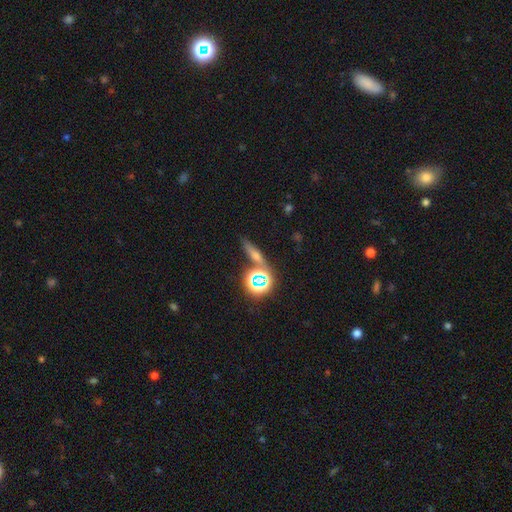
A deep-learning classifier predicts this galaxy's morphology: A smooth galaxy with no disk features (39%).

Vote fractions:
- Smooth or featured? smooth: 39% / star or artifact: 32% / featured or disk: 29%
- Merging? none: 73% / merger: 12% / minor disturbance: 10% / major disturbance: 4%